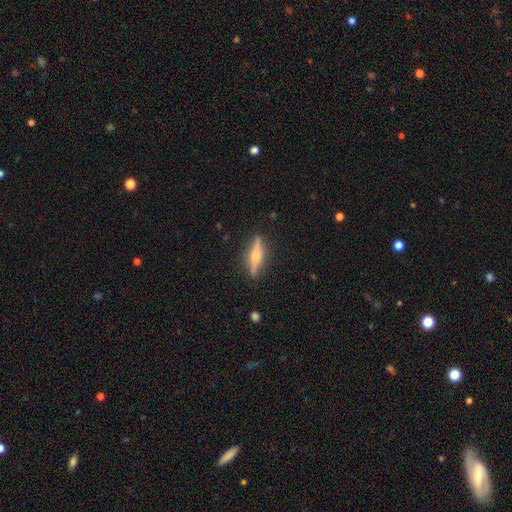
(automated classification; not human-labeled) This appears to be a featured or disk galaxy (63%) viewed edge-on (95%) with a rounded central bulge (84%). Merging: none (85%).